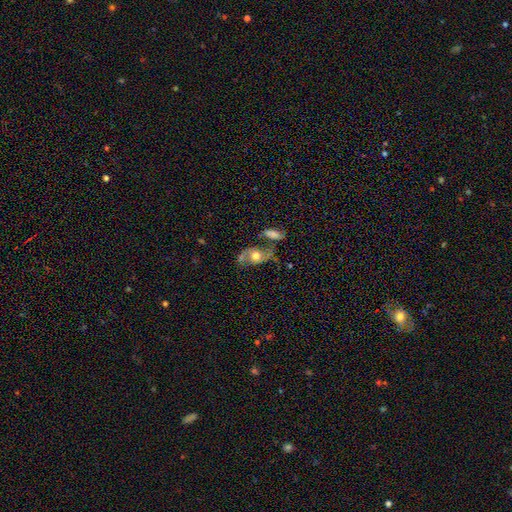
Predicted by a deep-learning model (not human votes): Smooth or featured? Predicted: featured or disk (p=0.49). Merging? Predicted: none (p=0.42).